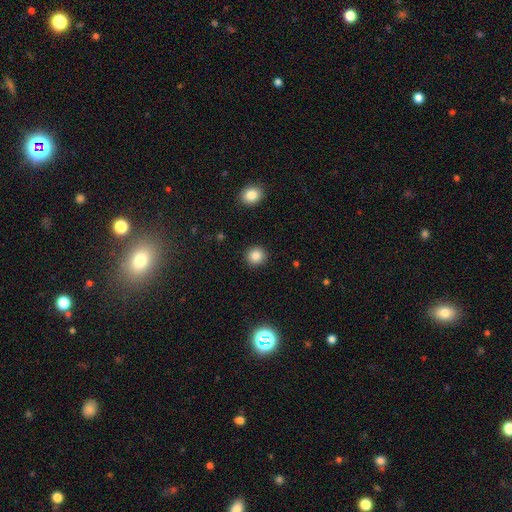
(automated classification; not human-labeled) smooth_or_featured: smooth (p=0.86) [alt: star or artifact p=0.10]
how_rounded: round (p=0.92) [alt: in between p=0.07]
merging: none (p=0.91) [alt: minor disturbance p=0.05]